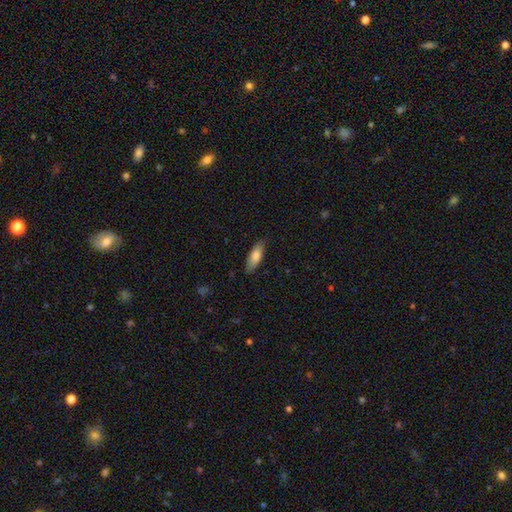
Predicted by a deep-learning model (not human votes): smooth 77%, featured or disk 17%, star or artifact 6%. Down the decision tree: how rounded — in between (65%); merging — none (83%).